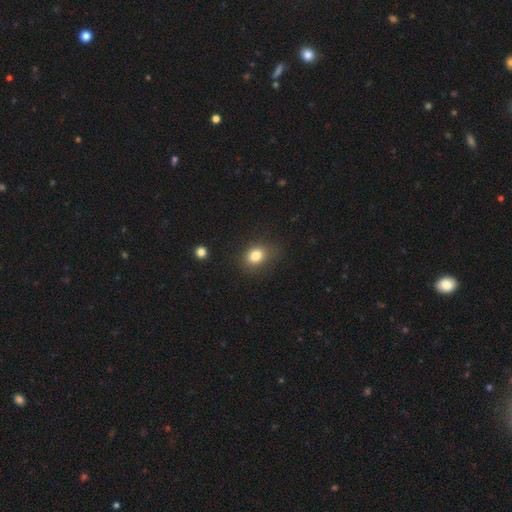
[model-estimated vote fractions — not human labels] Smooth or featured? Predicted: smooth (p=0.82). How rounded? Predicted: in between (p=0.58). Merging? Predicted: none (p=0.76).